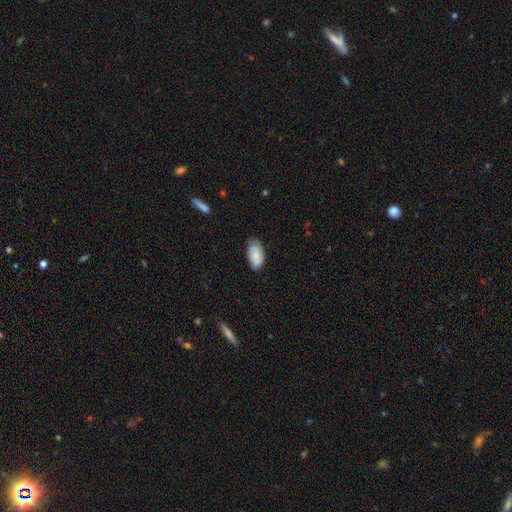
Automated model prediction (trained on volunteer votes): smooth 69%, featured or disk 24%, star or artifact 7%. Down the decision tree: how rounded — in between (94%); merging — none (69%).